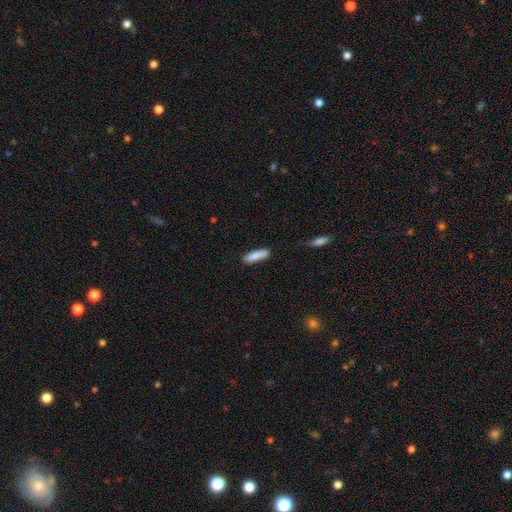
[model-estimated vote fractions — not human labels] A smooth galaxy with no disk features (85%) that is cigar-shaped (63%).

Vote fractions:
- Smooth or featured? smooth: 85% / featured or disk: 9% / star or artifact: 6%
- How rounded? cigar-shaped: 63% / in between: 36% / round: 2%
- Merging? none: 82% / minor disturbance: 13% / major disturbance: 2% / merger: 2%